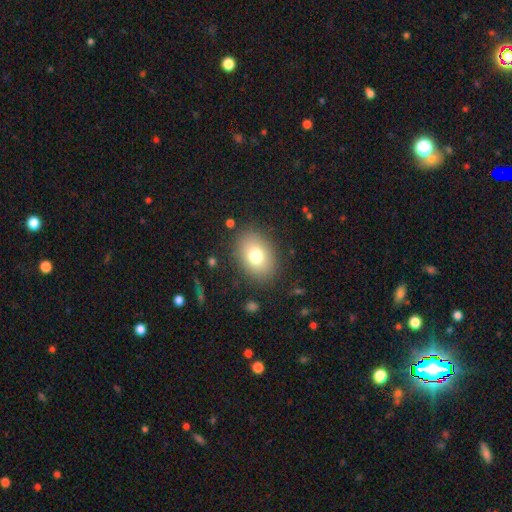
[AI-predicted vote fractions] Smooth or featured? smooth (76%)
How rounded? in between (69%)
Merging? none (85%)